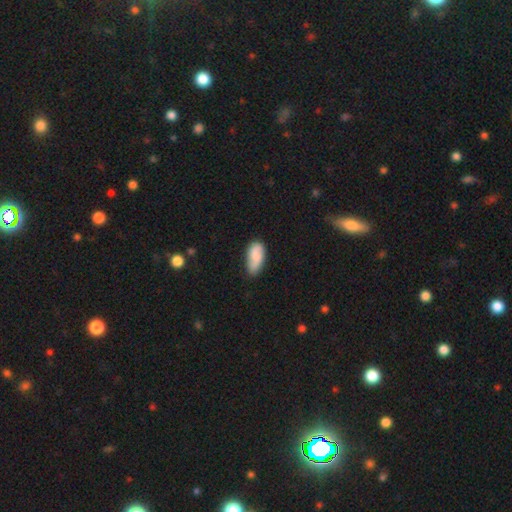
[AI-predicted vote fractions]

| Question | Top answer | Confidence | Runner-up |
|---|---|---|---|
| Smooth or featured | smooth | 70% | featured or disk (23%) |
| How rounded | in between | 90% | cigar-shaped (7%) |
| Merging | none | 66% | minor disturbance (26%) |